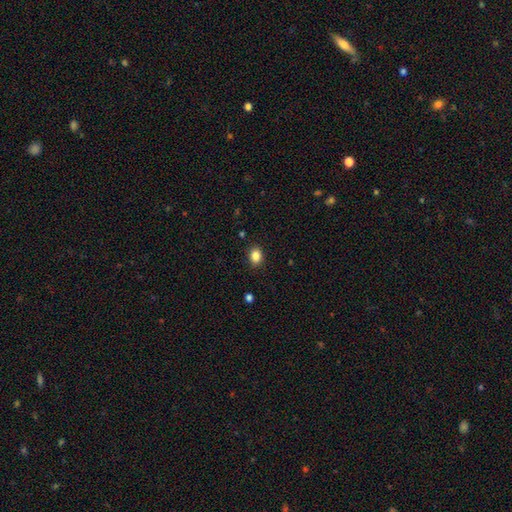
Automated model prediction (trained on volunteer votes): Smooth or featured?
  - smooth: 85% *
  - star or artifact: 10%
  - featured or disk: 5%
How rounded?
  - in between: 57% *
  - round: 42%
  - cigar-shaped: 1%
Merging?
  - none: 89% *
  - minor disturbance: 8%
  - major disturbance: 2%
  - merger: 1%